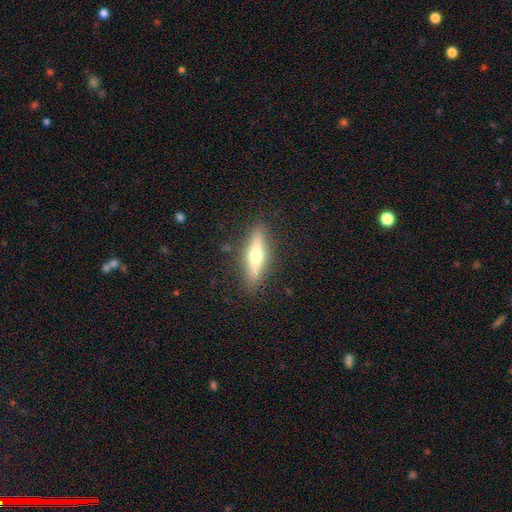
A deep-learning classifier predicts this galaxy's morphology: Smooth or featured?
  - featured or disk: 51% *
  - smooth: 43%
  - star or artifact: 6%
Edge-on disk?
  - yes: 91% *
  - no: 9%
Merging?
  - none: 88% *
  - minor disturbance: 9%
  - major disturbance: 2%
  - merger: 1%